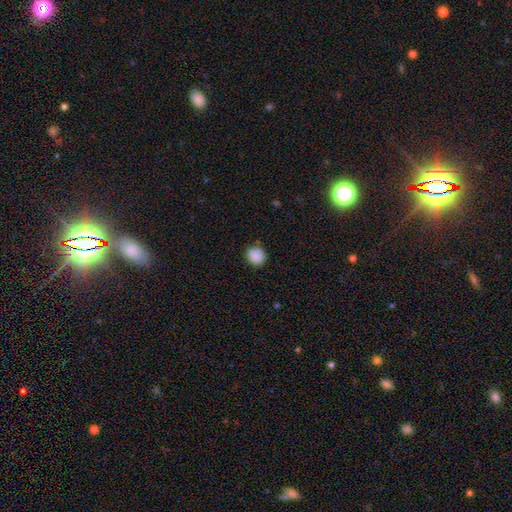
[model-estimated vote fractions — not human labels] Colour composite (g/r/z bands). It shows a smooth galaxy with no disk features (87%) that is round (80%). Merging: none (80%).